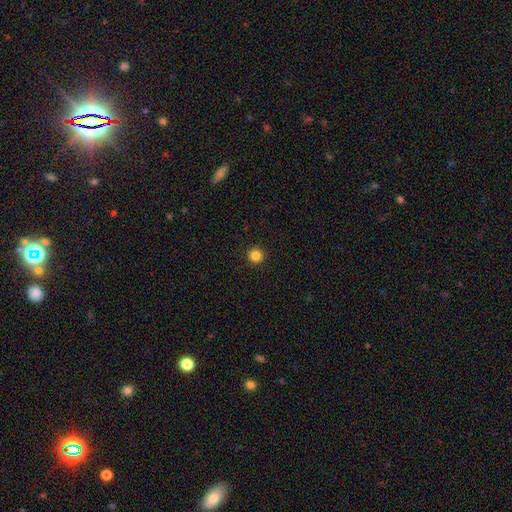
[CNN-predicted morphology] Smooth or featured? Predicted: smooth (p=0.84). How rounded? Predicted: round (p=0.96). Merging? Predicted: none (p=0.94).